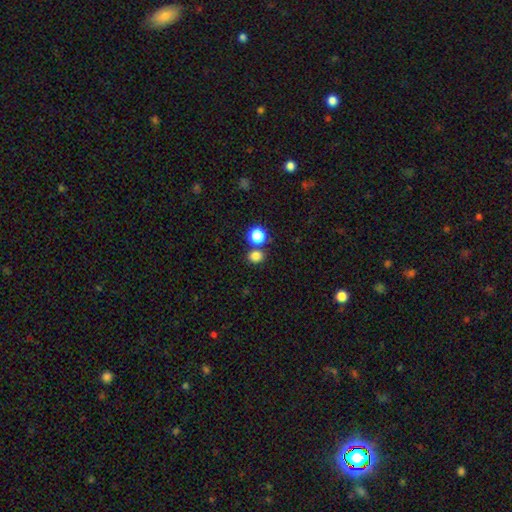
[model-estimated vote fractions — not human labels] Morphology: type=smooth (82%); roundness=round (77%); merging=none (68%).